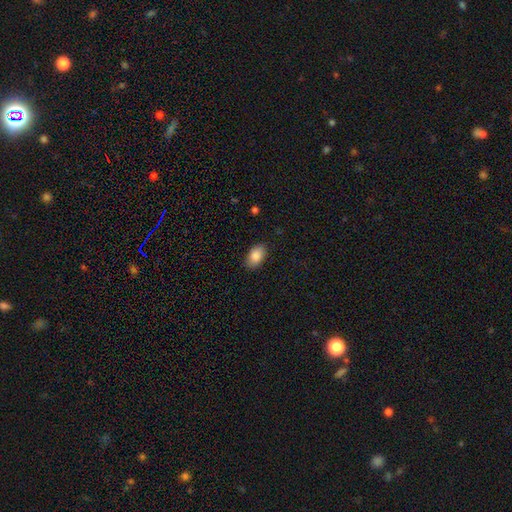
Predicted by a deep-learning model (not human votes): This is clearly a smooth galaxy (88%). How rounded: clearly in between (93%). Merging: clearly none (86%).